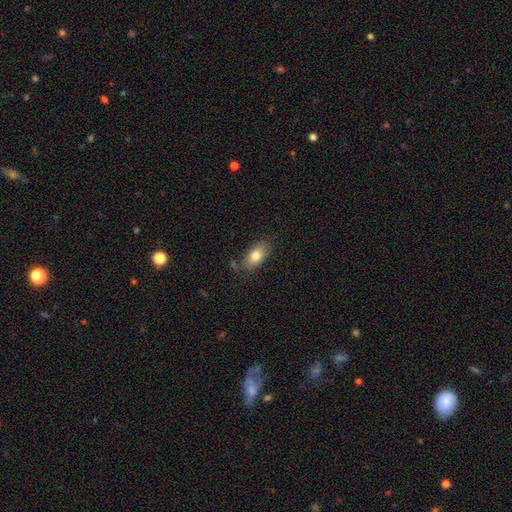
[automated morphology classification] Smooth or featured? Predicted: smooth (p=0.79). How rounded? Predicted: in between (p=0.89). Merging? Predicted: none (p=0.75).